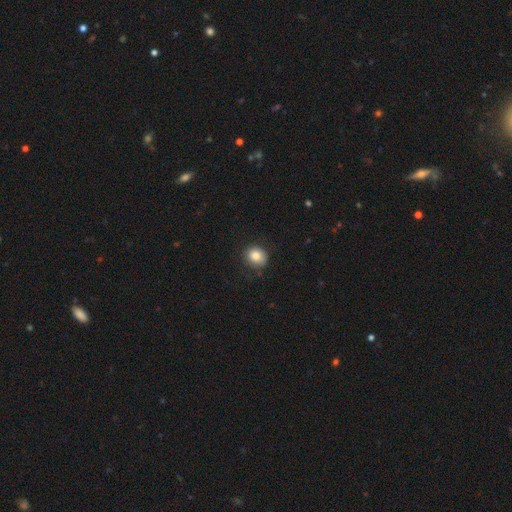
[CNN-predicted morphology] Overall: smooth (84%). How rounded: round (72%). Merging: none (82%).